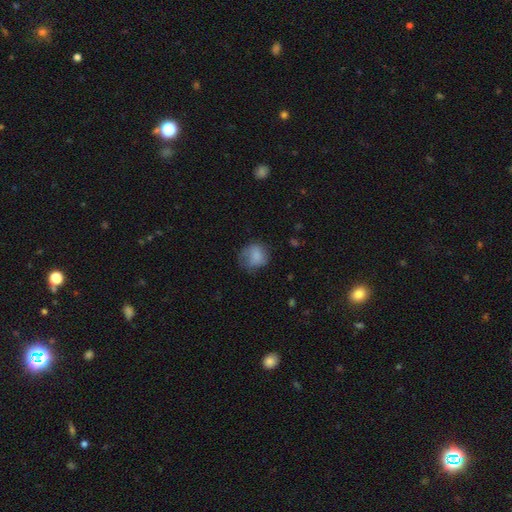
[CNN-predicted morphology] A smooth galaxy with no disk features (79%) that is round (71%). Merging: none (56%).